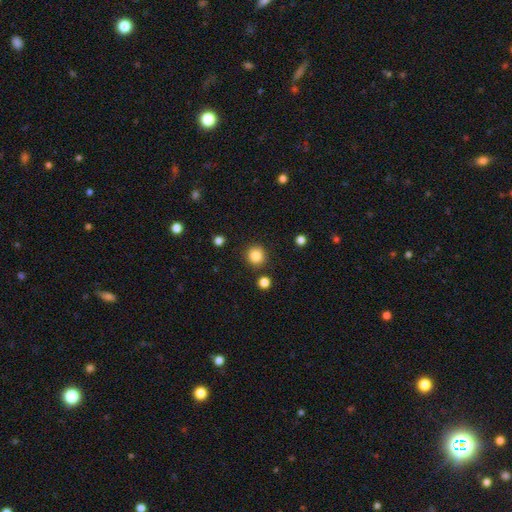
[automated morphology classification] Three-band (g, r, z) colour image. It shows a smooth galaxy with no disk features (85%) that is round (93%). Merging: none (88%).